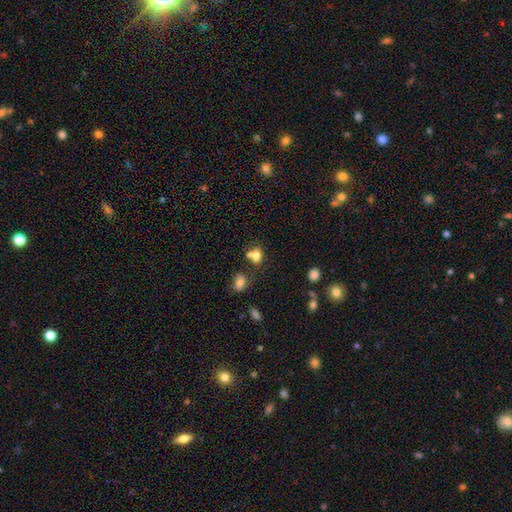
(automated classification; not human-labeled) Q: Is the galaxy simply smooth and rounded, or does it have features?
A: smooth — 75%.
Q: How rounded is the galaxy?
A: in between — 63%.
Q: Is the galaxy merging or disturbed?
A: merger — 42%.